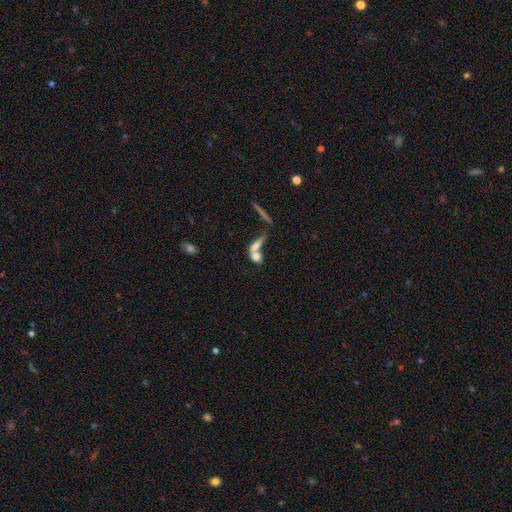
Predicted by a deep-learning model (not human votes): A smooth galaxy with no disk features (64%) that is in between round and cigar-shaped (54%). Merging: merger (57%).